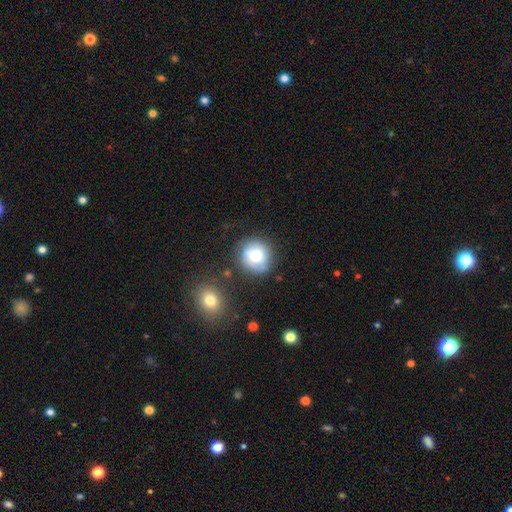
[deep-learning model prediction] smooth-or-featured: smooth: 56% | featured or disk: 34% | star or artifact: 10%
  how-rounded: round: 86% | in between: 13% | cigar-shaped: 1%
  merging: none: 72% | minor disturbance: 18% | major disturbance: 6% | merger: 5%